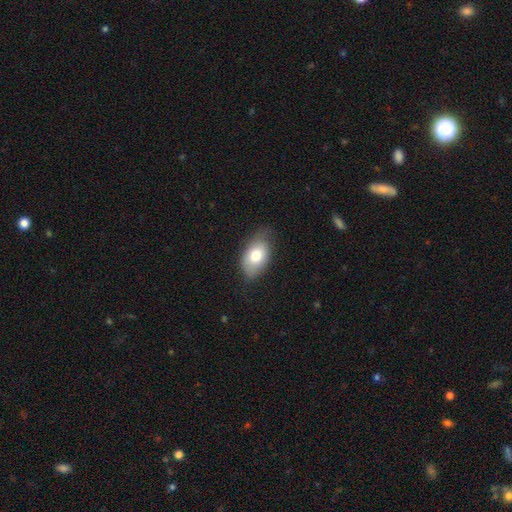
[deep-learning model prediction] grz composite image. It shows a smooth galaxy with no disk features (74%) that is in between round and cigar-shaped (90%). Merging: none (65%).